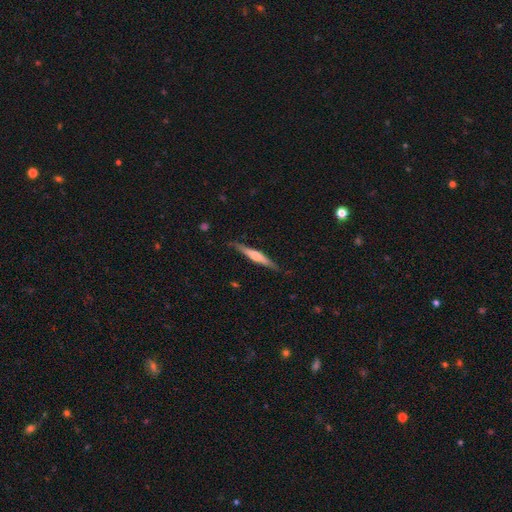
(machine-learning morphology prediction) Overall: featured or disk (62%; smooth 33%). Edge-on disk: yes (97%). Edge-on bulge: rounded (74%). Merging: none (86%).